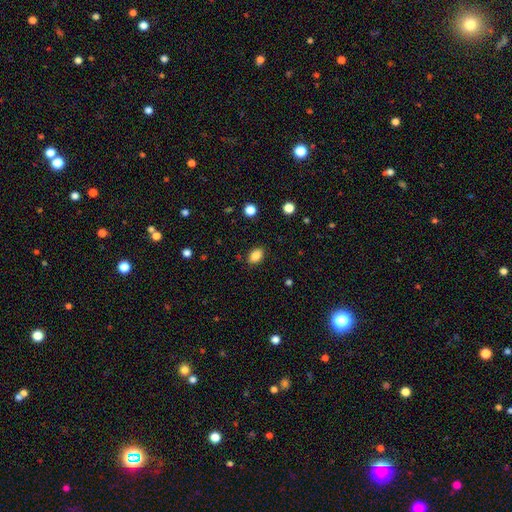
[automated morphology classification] Overall: smooth (86%). How rounded: in between (83%). Merging: none (86%).